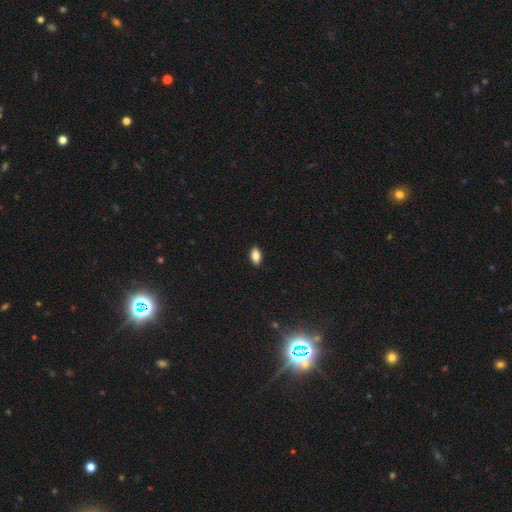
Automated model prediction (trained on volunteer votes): The model was most divided on "smooth or featured": smooth: 84%, star or artifact: 8%, featured or disk: 8%. More confident: how rounded — in between (91%); merging — none (90%).